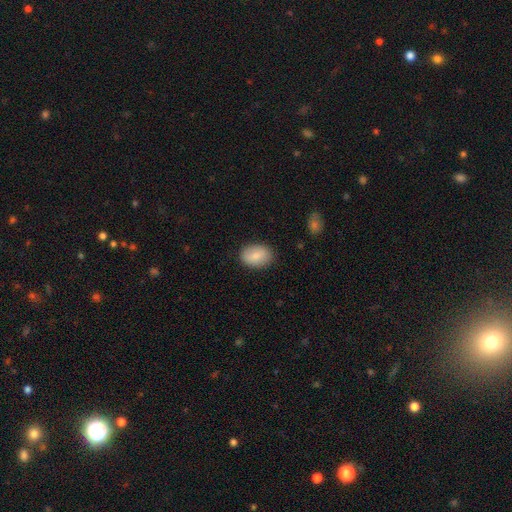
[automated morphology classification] Smooth or featured?
  - smooth: 82% *
  - featured or disk: 12%
  - star or artifact: 7%
How rounded?
  - in between: 82% *
  - round: 17%
  - cigar-shaped: 1%
Merging?
  - none: 85% *
  - minor disturbance: 12%
  - major disturbance: 3%
  - merger: 1%